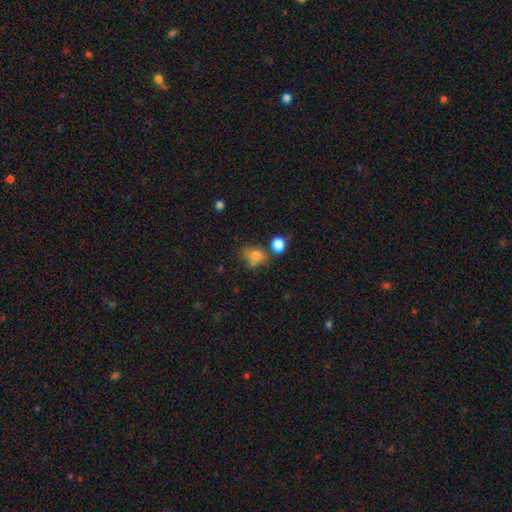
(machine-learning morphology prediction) Smooth or featured: smooth — 77% (star or artifact — 13%)
How rounded: in between — 53% (round — 45%)
Merging: none — 46% (merger — 23%)